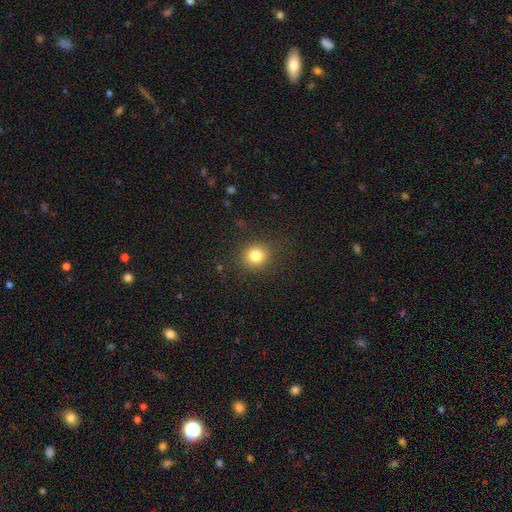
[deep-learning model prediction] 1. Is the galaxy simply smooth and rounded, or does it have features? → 81% smooth, 12% star or artifact, 7% featured or disk.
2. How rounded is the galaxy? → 85% round, 14% in between, 1% cigar-shaped.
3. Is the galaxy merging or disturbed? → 86% none, 9% minor disturbance, 4% major disturbance, 1% merger.